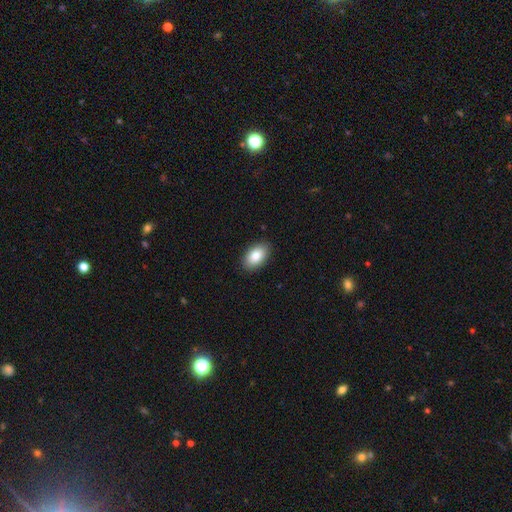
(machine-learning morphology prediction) The model was most divided on "smooth or featured": smooth: 85%, featured or disk: 8%, star or artifact: 7%. More confident: how rounded — in between (93%); merging — none (89%).